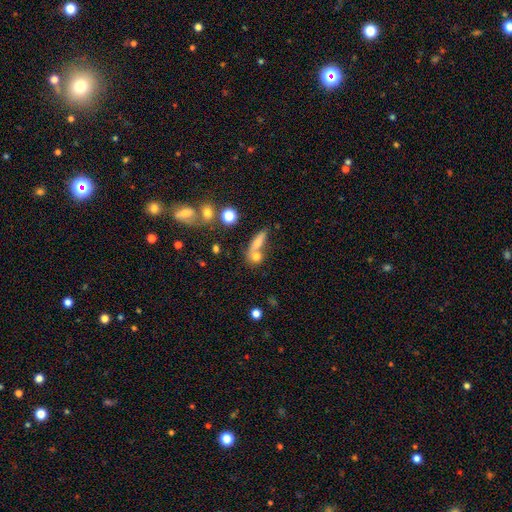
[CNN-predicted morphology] smooth 64%, featured or disk 21%, star or artifact 15%. Down the decision tree: how rounded — in between (43%); merging — merger (47%).